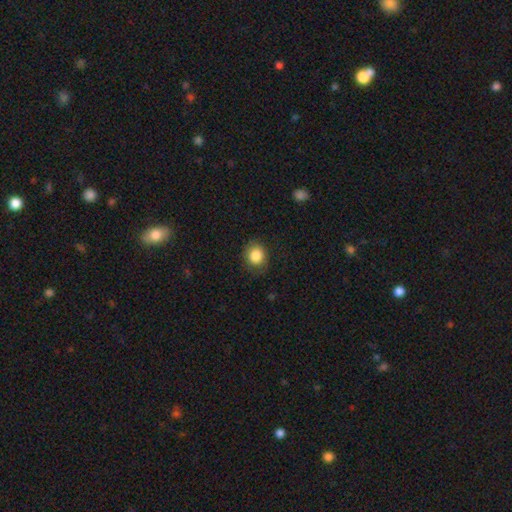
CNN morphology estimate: smooth 85%, star or artifact 9%, featured or disk 6%. Down the decision tree: how rounded — round (72%); merging — none (80%).